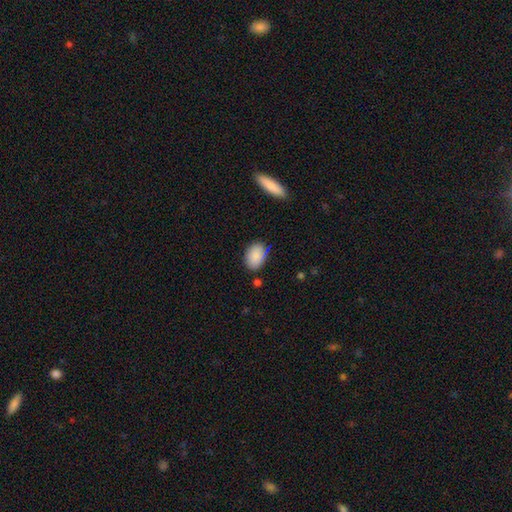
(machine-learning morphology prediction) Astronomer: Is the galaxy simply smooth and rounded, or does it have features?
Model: smooth — 87%.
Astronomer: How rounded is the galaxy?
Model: in between — 83%.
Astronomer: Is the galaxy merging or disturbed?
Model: none — 77%.